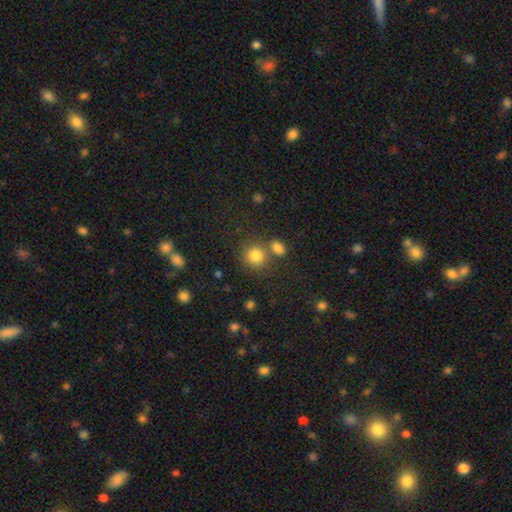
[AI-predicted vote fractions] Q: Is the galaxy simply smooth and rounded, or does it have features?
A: smooth — 82%.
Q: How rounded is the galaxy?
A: round — 83%.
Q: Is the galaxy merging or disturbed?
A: none — 61%.